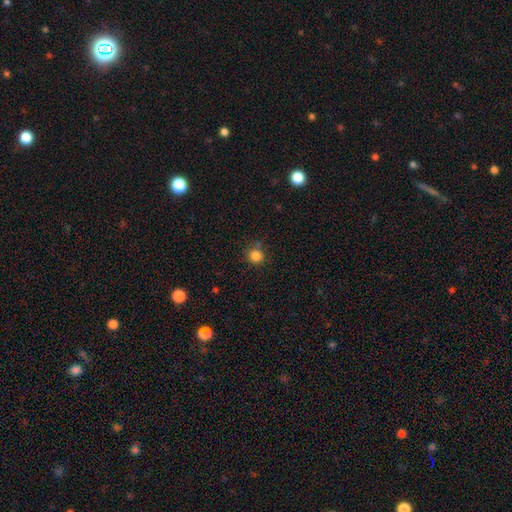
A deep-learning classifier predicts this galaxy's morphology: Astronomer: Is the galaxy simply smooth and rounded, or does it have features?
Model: smooth — 83%.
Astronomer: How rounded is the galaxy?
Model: round — 94%.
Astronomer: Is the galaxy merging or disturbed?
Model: none — 79%.